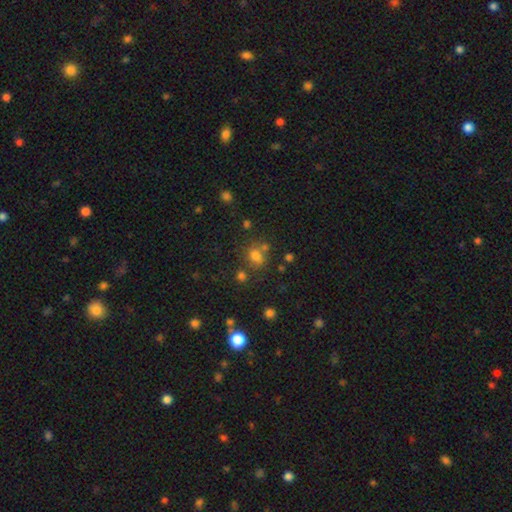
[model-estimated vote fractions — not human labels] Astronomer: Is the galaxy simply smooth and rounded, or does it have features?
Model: smooth — 70%.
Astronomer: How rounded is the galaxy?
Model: round — 63%.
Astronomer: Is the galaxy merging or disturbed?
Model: none — 59%.